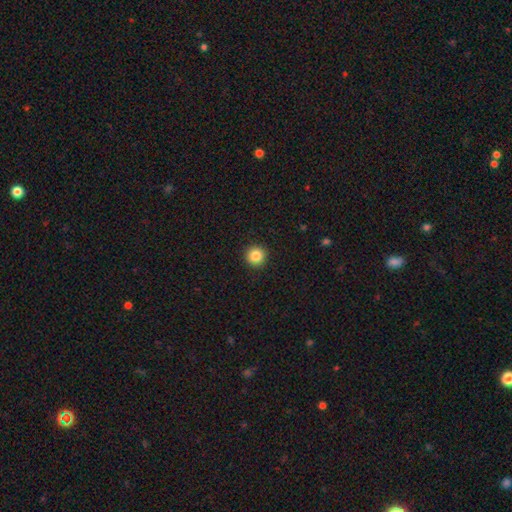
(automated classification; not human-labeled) Overall: smooth (86%). How rounded: round (95%). Merging: none (93%).